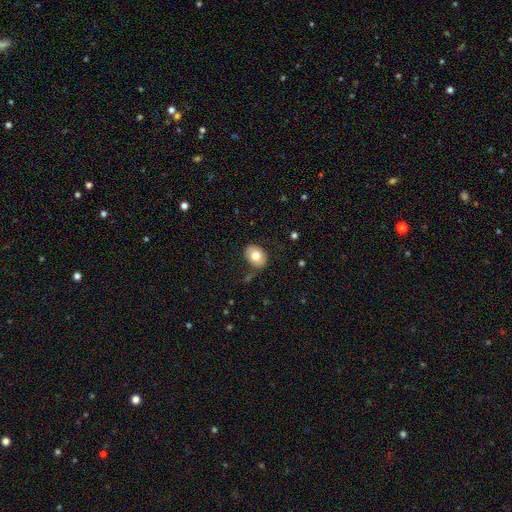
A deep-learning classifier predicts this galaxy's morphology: type=smooth (74%); roundness=in between (67%); merging=none (80%).